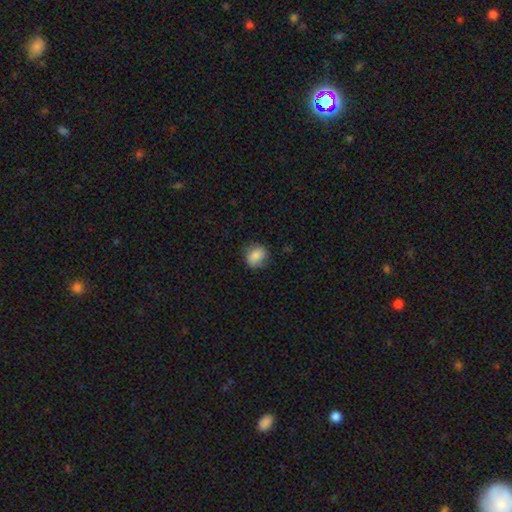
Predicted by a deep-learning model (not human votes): Morphology: type=smooth (80%); roundness=round (53%); merging=none (69%).